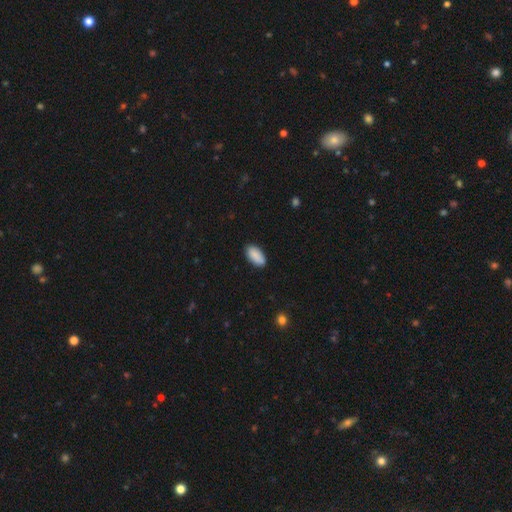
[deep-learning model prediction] smooth_or_featured: smooth (p=0.90) [alt: star or artifact p=0.06]
how_rounded: in between (p=0.94) [alt: cigar-shaped p=0.04]
merging: none (p=0.87) [alt: minor disturbance p=0.10]